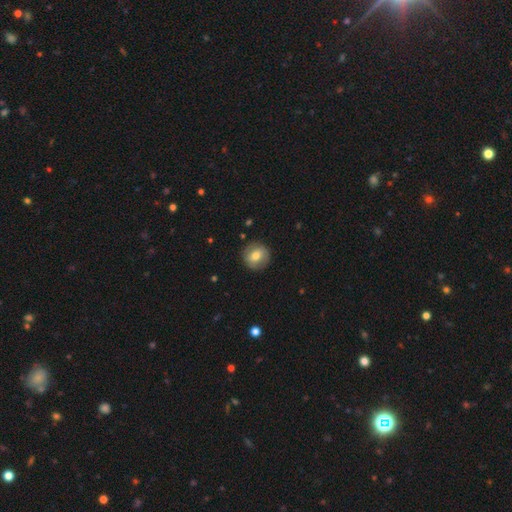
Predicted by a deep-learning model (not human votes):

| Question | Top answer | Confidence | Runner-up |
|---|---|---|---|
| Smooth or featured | smooth | 65% | featured or disk (27%) |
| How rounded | round | 91% | in between (8%) |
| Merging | none | 87% | minor disturbance (9%) |